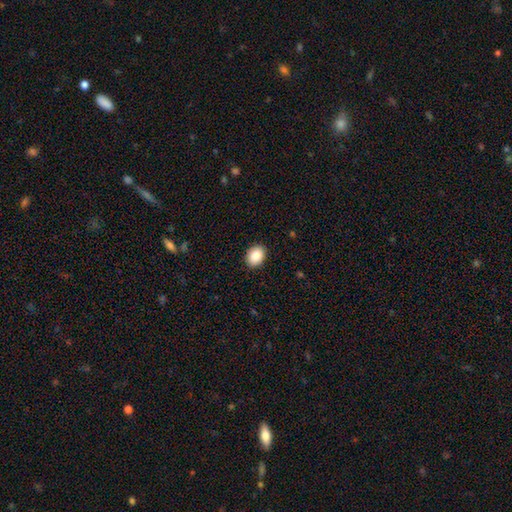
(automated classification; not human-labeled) A smooth galaxy with no disk features (87%) that is in between round and cigar-shaped (63%). Merging: none (91%).